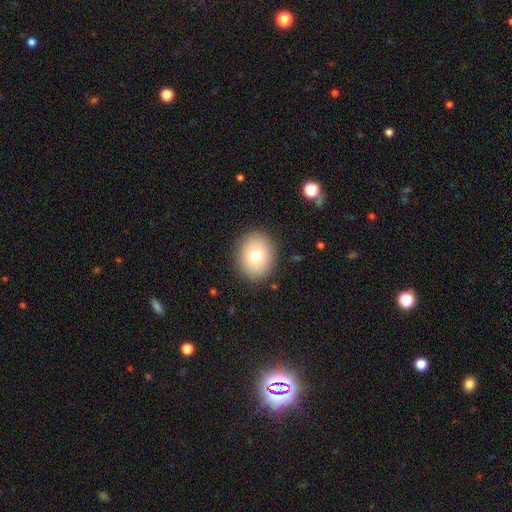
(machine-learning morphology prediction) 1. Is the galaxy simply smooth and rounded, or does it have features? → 75% smooth, 15% featured or disk, 11% star or artifact.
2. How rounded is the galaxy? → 63% round, 36% in between, 1% cigar-shaped.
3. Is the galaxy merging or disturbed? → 89% none, 7% minor disturbance, 3% major disturbance, 1% merger.